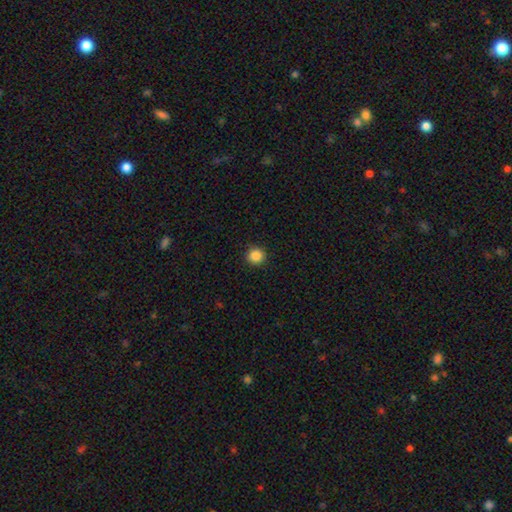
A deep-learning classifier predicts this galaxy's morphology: A smooth galaxy with no disk features (86%) that is round (94%).

Vote fractions:
- Smooth or featured? smooth: 86% / star or artifact: 10% / featured or disk: 3%
- How rounded? round: 94% / in between: 5% / cigar-shaped: 1%
- Merging? none: 92% / minor disturbance: 5% / major disturbance: 2% / merger: 1%